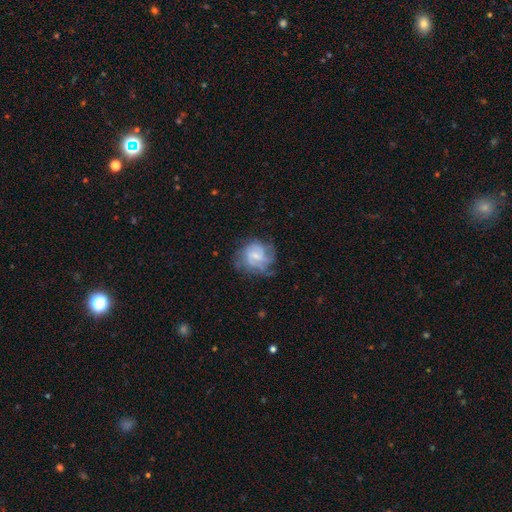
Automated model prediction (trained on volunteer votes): The model was most divided on "spiral winding": tight: 44%, medium: 41%, loose: 16%. Remaining: edge-on disk — no (98%); spiral arms — yes (83%); smooth or featured — featured or disk (68%); merging — none (57%); bulge size — small (55%); bar — weak (50%); spiral arm count — can't tell (38%).